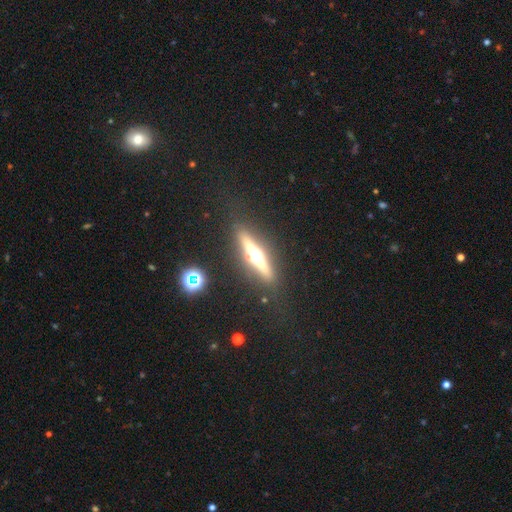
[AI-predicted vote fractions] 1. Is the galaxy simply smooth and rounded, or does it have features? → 77% featured or disk, 14% smooth, 9% star or artifact.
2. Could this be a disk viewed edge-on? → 97% yes, 3% no.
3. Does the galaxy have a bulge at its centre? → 91% rounded, 6% boxy, 3% none.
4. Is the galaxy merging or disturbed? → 86% none, 9% minor disturbance, 3% major disturbance, 2% merger.